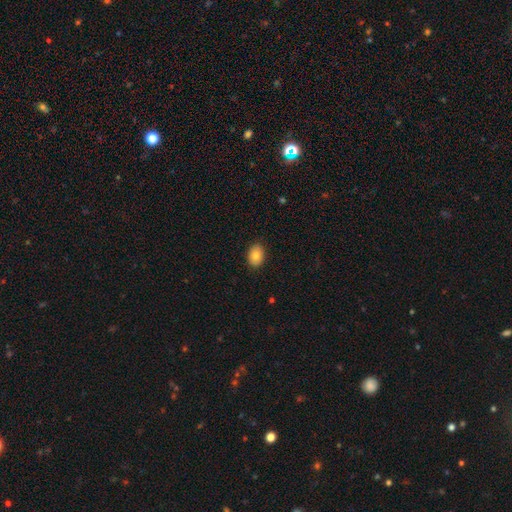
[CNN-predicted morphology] A smooth galaxy with no disk features (86%) that is in between round and cigar-shaped (81%). Merging: none (89%).